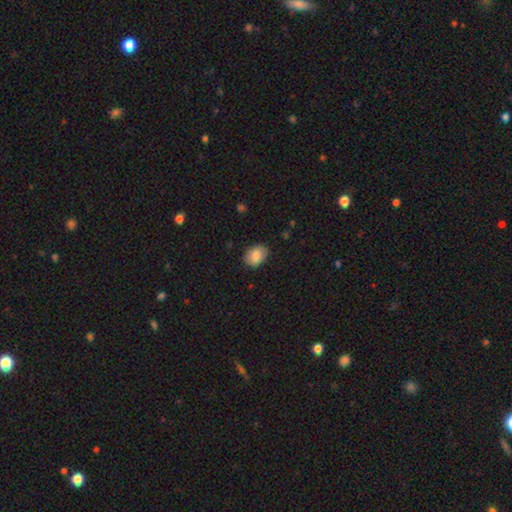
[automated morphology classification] This appears to be a smooth galaxy with no disk features (80%) that is in between round and cigar-shaped (67%). Merging: none (84%).